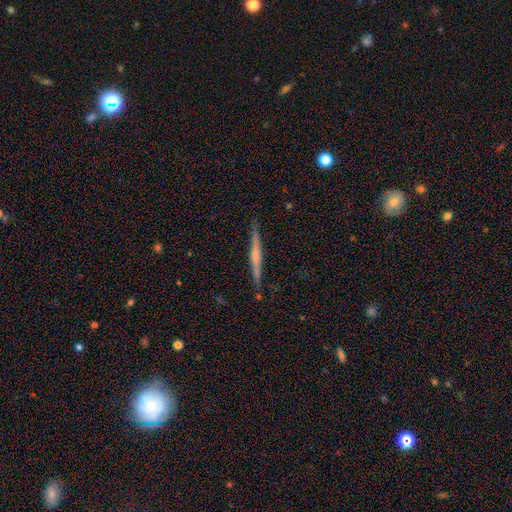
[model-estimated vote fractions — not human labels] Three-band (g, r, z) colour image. It shows a featured or disk galaxy (67%) viewed edge-on (98%) with a rounded central bulge (53%). Merging: none (88%).